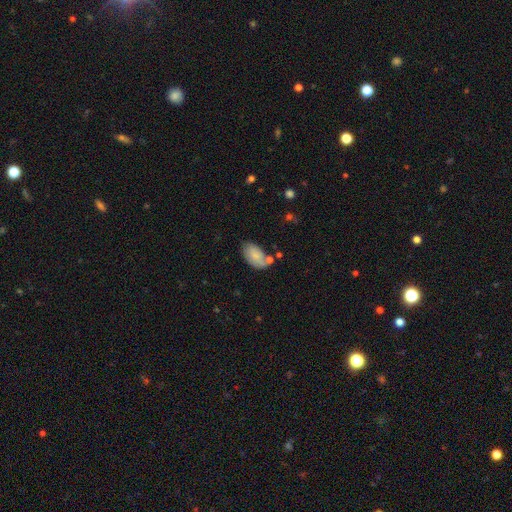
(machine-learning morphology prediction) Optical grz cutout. It shows a smooth galaxy with no disk features (78%) that is in between round and cigar-shaped (94%). Merging: none (57%).